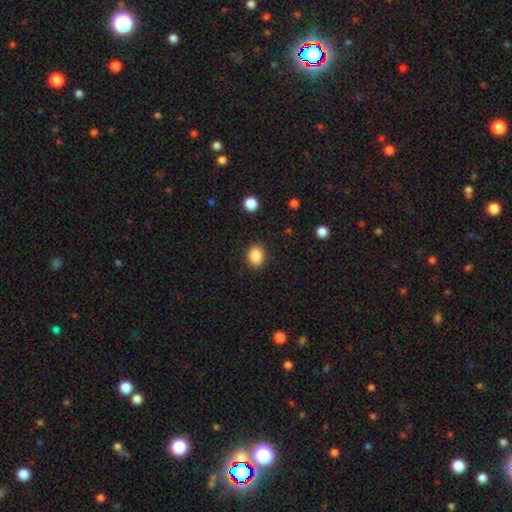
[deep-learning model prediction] Overall: smooth (87%). How rounded: in between (50%; round 49%). Merging: none (87%).